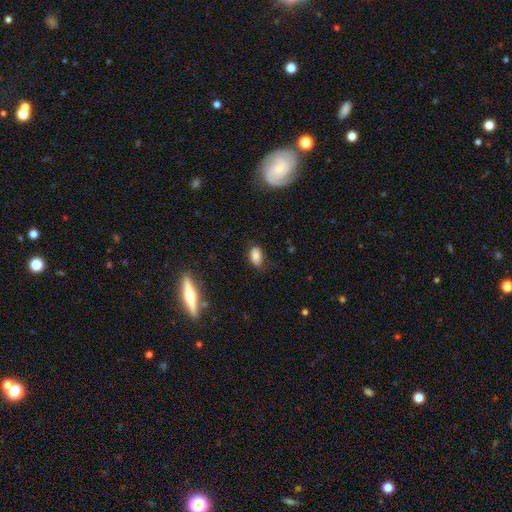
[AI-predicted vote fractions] The model was most divided on "merging": none: 76%, minor disturbance: 18%, major disturbance: 5%, merger: 2%. More confident: how rounded — in between (88%); smooth or featured — smooth (80%).